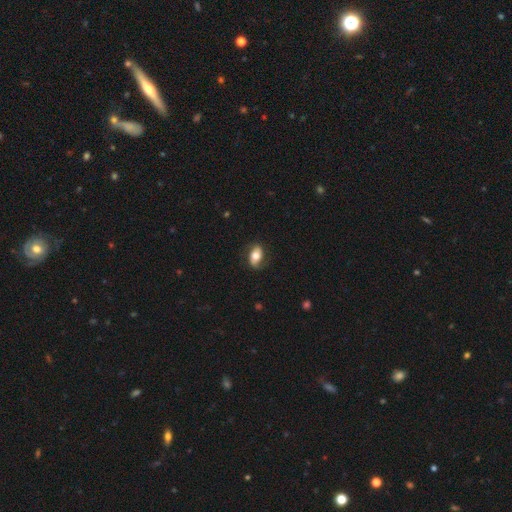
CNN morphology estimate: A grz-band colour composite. It shows a smooth galaxy with no disk features (53%) that is in between round and cigar-shaped (88%). Merging: none (75%).